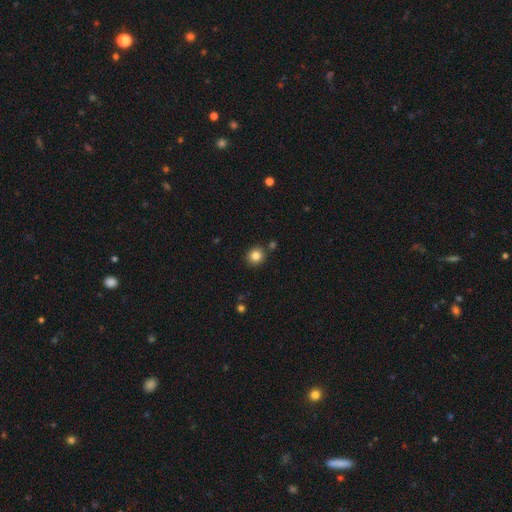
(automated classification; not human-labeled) Smooth or featured? Predicted: smooth (p=0.83). How rounded? Predicted: round (p=0.90). Merging? Predicted: none (p=0.86).